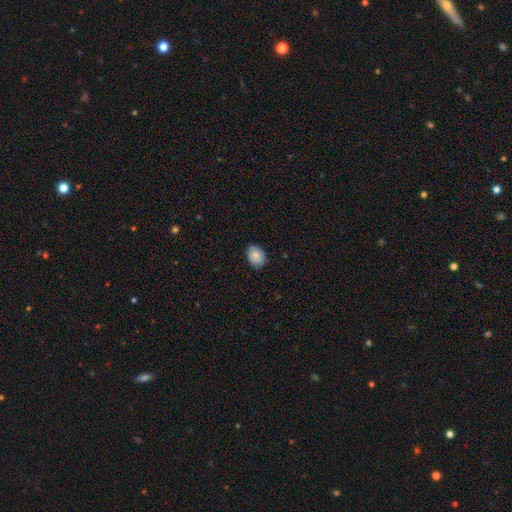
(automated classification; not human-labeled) Overall: smooth (85%). How rounded: in between (68%; round 31%). Merging: none (83%).